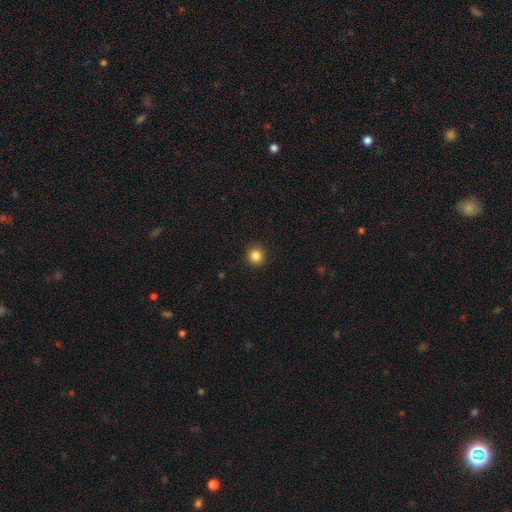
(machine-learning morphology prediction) A smooth galaxy with no disk features (84%) that is round (94%).

Vote fractions:
- Smooth or featured? smooth: 84% / star or artifact: 11% / featured or disk: 4%
- How rounded? round: 94% / in between: 5% / cigar-shaped: 1%
- Merging? none: 92% / minor disturbance: 5% / major disturbance: 2% / merger: 1%